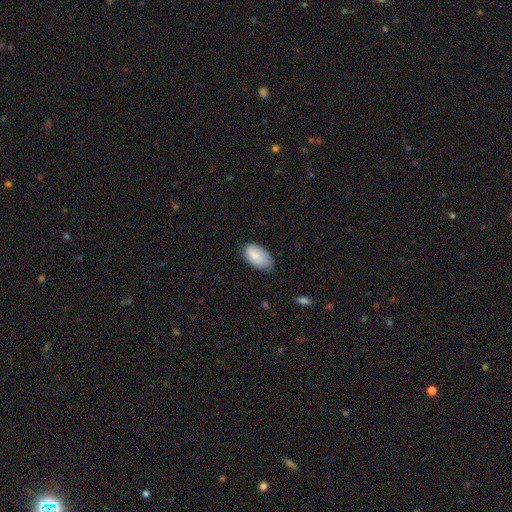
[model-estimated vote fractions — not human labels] Smooth or featured: smooth — 84% (featured or disk — 10%)
How rounded: in between — 95% (round — 3%)
Merging: none — 59% (minor disturbance — 33%)